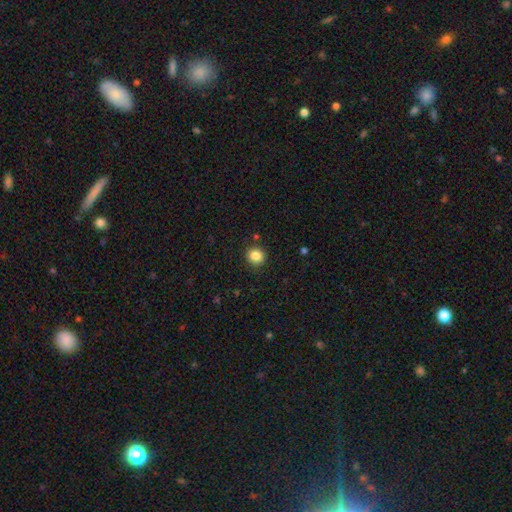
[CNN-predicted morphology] Smooth or featured?
  - smooth: 85% *
  - star or artifact: 11%
  - featured or disk: 4%
How rounded?
  - round: 90% *
  - in between: 9%
  - cigar-shaped: 1%
Merging?
  - none: 89% *
  - minor disturbance: 7%
  - major disturbance: 2%
  - merger: 2%